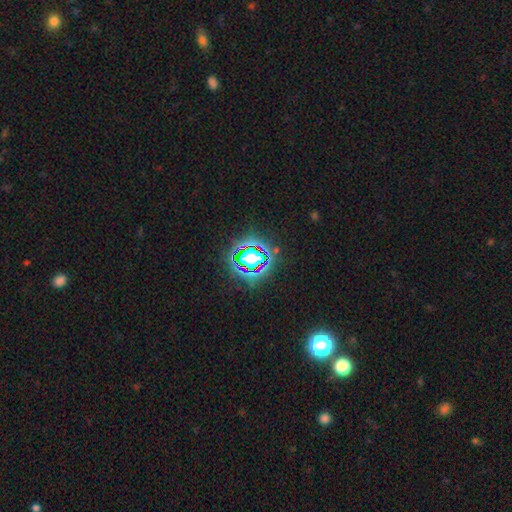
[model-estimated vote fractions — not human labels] smooth_or_featured: star or artifact (p=0.79) [alt: smooth p=0.13]